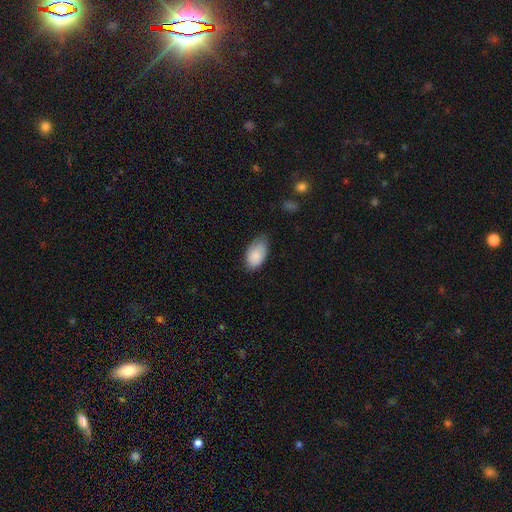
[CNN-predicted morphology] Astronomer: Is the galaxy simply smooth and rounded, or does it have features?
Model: smooth — 87%.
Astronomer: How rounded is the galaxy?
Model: in between — 94%.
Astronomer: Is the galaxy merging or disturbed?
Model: none — 59%.